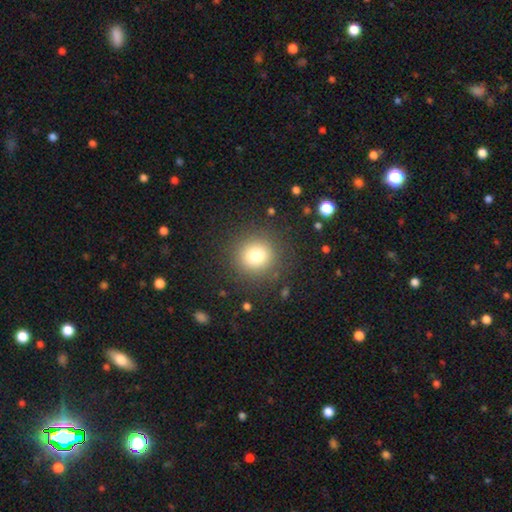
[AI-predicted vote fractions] Smooth or featured?
  - smooth: 77% *
  - star or artifact: 14%
  - featured or disk: 9%
How rounded?
  - round: 92% *
  - in between: 7%
  - cigar-shaped: 1%
Merging?
  - none: 87% *
  - minor disturbance: 7%
  - major disturbance: 4%
  - merger: 1%